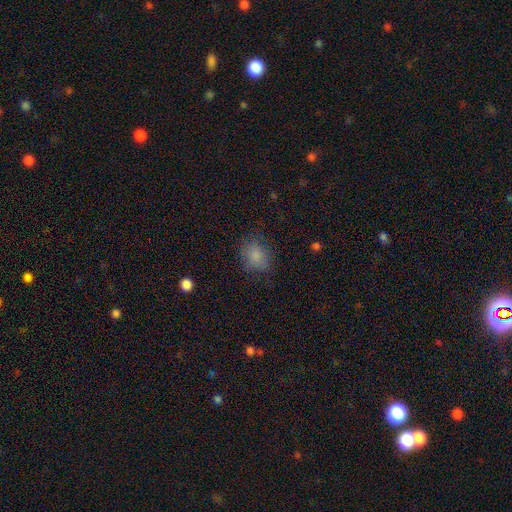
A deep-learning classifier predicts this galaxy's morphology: Smooth or featured?
  - smooth: 83% *
  - star or artifact: 11%
  - featured or disk: 7%
How rounded?
  - round: 52% *
  - in between: 47%
  - cigar-shaped: 1%
Merging?
  - none: 76% *
  - minor disturbance: 17%
  - major disturbance: 6%
  - merger: 1%